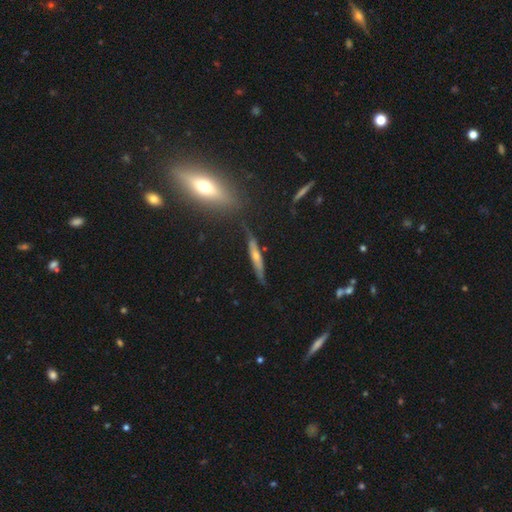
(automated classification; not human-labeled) A featured or disk galaxy (63%) viewed edge-on (92%) with a rounded central bulge (77%).

Vote fractions:
- Smooth or featured? featured or disk: 63% / smooth: 23% / star or artifact: 14%
- Edge-on disk? yes: 92% / no: 8%
- Edge-on bulge? rounded: 77% / none: 16% / boxy: 7%
- Merging? none: 79% / minor disturbance: 13% / merger: 5% / major disturbance: 4%